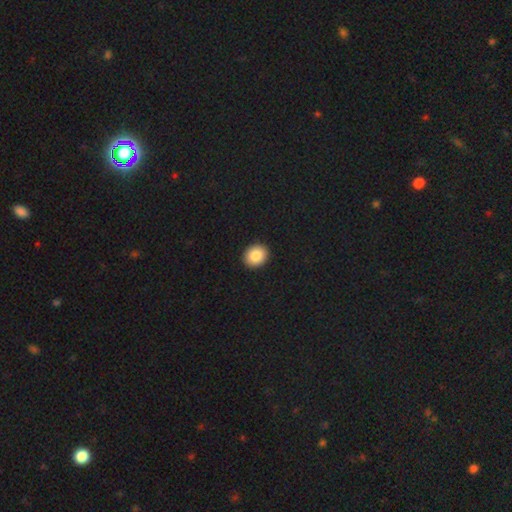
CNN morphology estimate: This is clearly a smooth galaxy (86%). How rounded: likely round (61%). Merging: clearly none (93%).